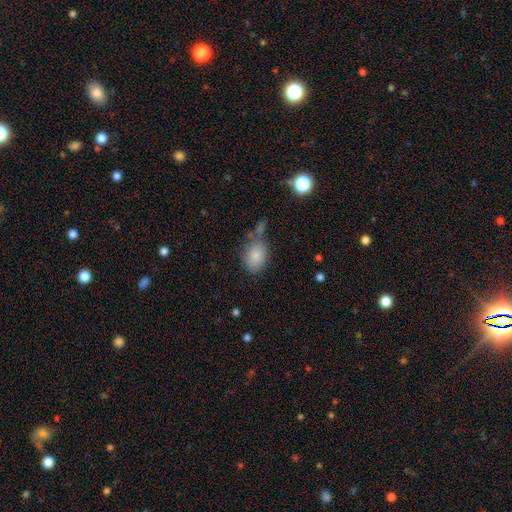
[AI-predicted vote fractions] The model was most divided on "merging": none: 60%, minor disturbance: 19%, merger: 14%, major disturbance: 8%. More confident: smooth or featured — smooth (83%); how rounded — in between (71%).